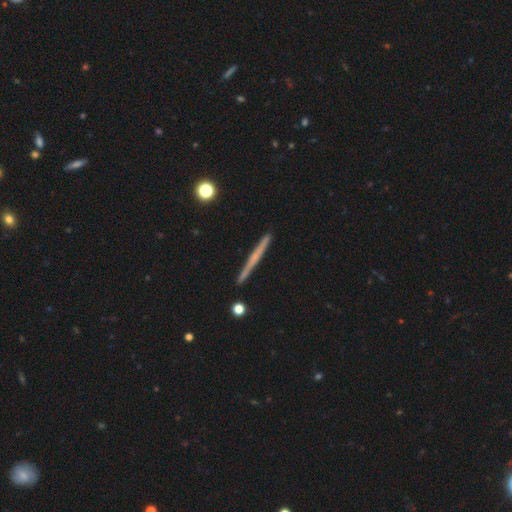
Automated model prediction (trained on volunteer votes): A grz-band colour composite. It shows a featured or disk galaxy (55%) viewed edge-on (98%) with no central bulge (75%). Merging: none (91%).